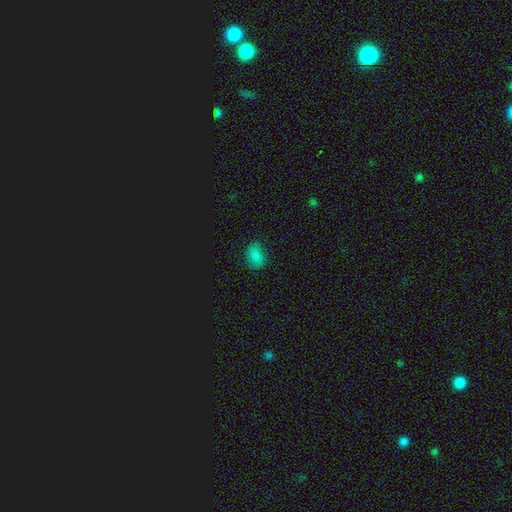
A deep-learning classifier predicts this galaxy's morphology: smooth 79%, star or artifact 16%, featured or disk 6%. Down the decision tree: how rounded — in between (77%); merging — none (72%).